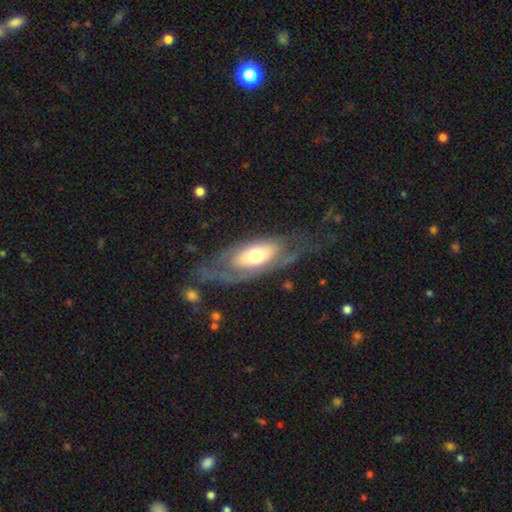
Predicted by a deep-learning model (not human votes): Smooth or featured: featured or disk — 65% (smooth — 29%)
Edge-on disk: no — 84% (yes — 16%)
Bar: no — 78% (weak — 15%)
Spiral arms: yes — 57% (no — 43%)
Bulge size: moderate — 61% (large — 24%)
Merging: none — 57% (major disturbance — 21%)